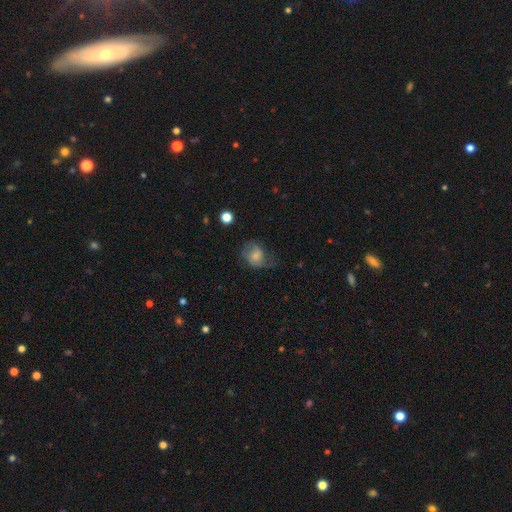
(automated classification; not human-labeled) smooth_or_featured: smooth (p=0.62) [alt: featured or disk p=0.28]
how_rounded: in between (p=0.50) [alt: round p=0.49]
merging: none (p=0.44) [alt: minor disturbance p=0.29]